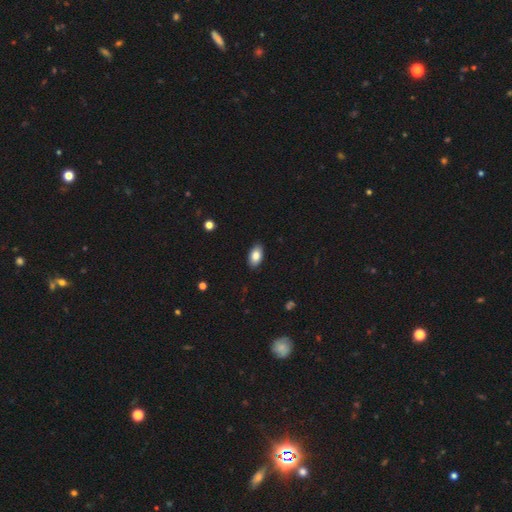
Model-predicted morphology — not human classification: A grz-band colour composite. It shows a smooth galaxy with no disk features (83%) that is in between round and cigar-shaped (93%). Merging: none (89%).